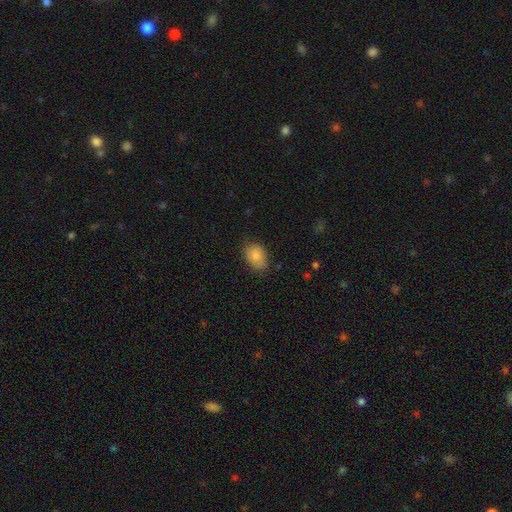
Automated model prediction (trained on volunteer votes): A smooth galaxy with no disk features (86%) that is in between round and cigar-shaped (78%). Merging: none (74%).